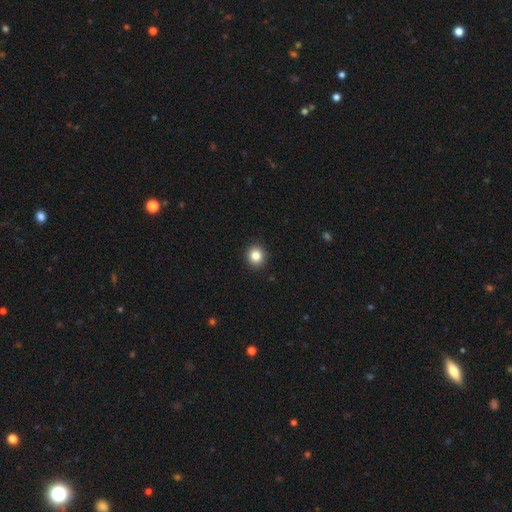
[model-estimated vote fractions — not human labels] smooth_or_featured: smooth (p=0.84) [alt: star or artifact p=0.11]
how_rounded: round (p=0.87) [alt: in between p=0.12]
merging: none (p=0.93) [alt: minor disturbance p=0.05]